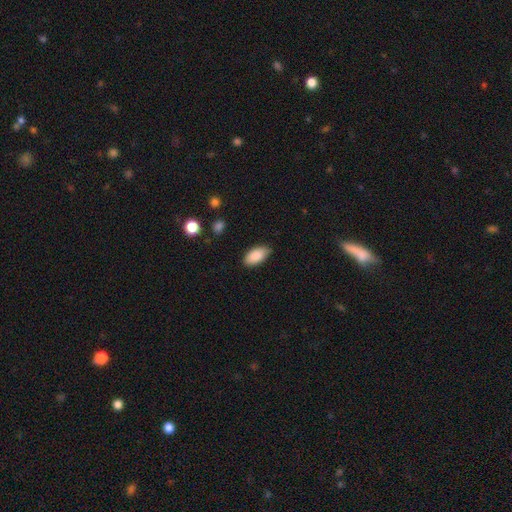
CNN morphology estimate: smooth 88%, star or artifact 6%, featured or disk 5%. Down the decision tree: how rounded — in between (94%); merging — none (80%).